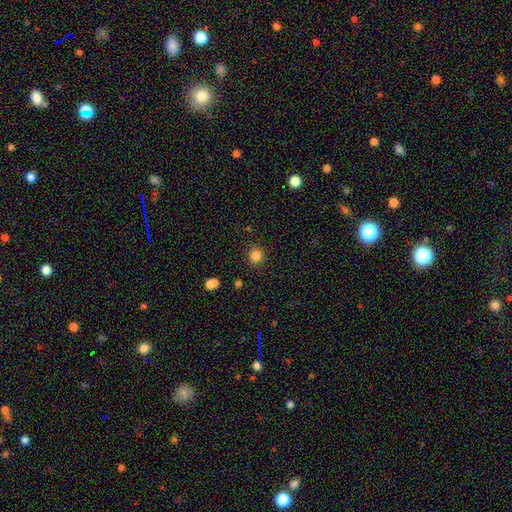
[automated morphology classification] A smooth galaxy with no disk features (84%) that is round (92%). Merging: none (89%).